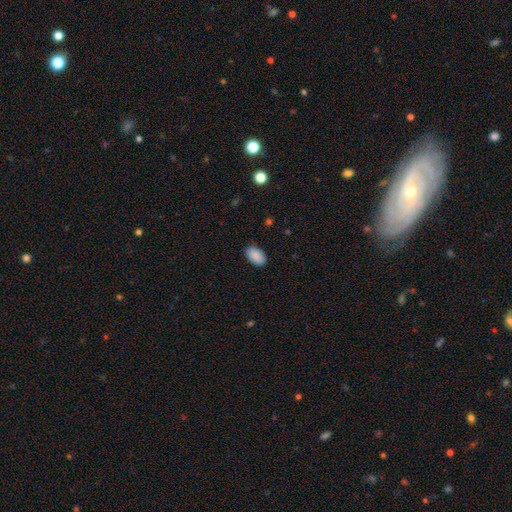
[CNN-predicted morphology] A smooth galaxy with no disk features (90%) that is in between round and cigar-shaped (93%). Merging: none (89%).